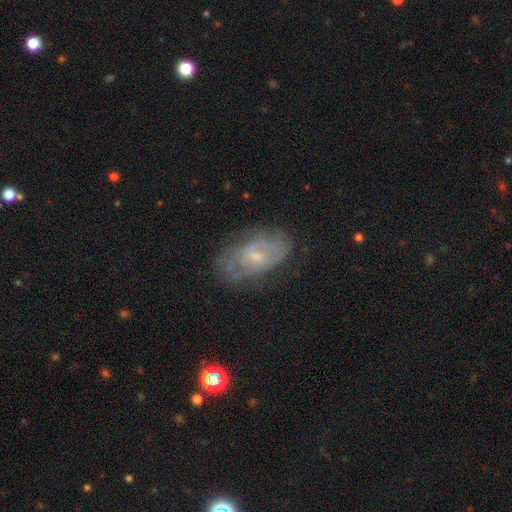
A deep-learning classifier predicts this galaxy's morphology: Smooth or featured: featured or disk — 63% (smooth — 28%)
Edge-on disk: no — 94% (yes — 6%)
Bar: no — 59% (weak — 36%)
Spiral arms: yes — 59% (no — 41%)
Bulge size: small — 61% (moderate — 30%)
Merging: none — 62% (minor disturbance — 24%)